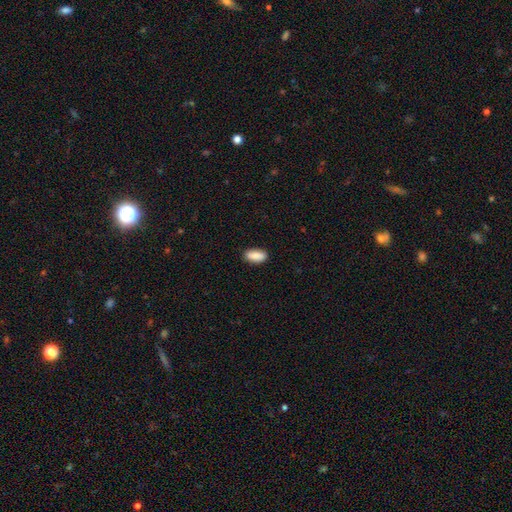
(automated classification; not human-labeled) Smooth or featured? Predicted: smooth (p=0.88). How rounded? Predicted: in between (p=0.90). Merging? Predicted: none (p=0.87).